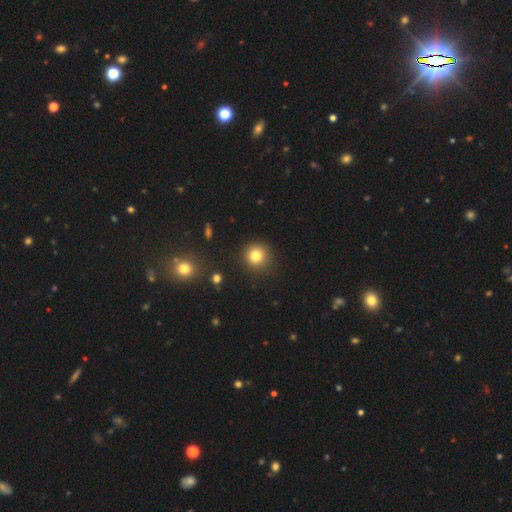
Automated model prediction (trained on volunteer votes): Q: Smooth or featured?
A: smooth (80%); runner-up: star or artifact (13%)
Q: How rounded?
A: round (93%); runner-up: in between (6%)
Q: Merging?
A: none (89%); runner-up: minor disturbance (7%)